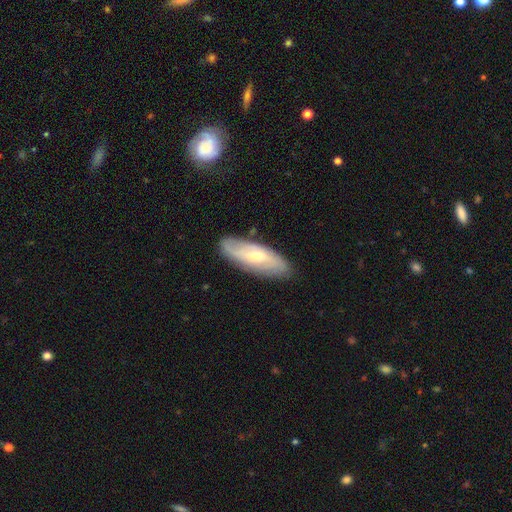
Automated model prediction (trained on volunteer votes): A featured or disk galaxy (60%). Merging: none (81%).